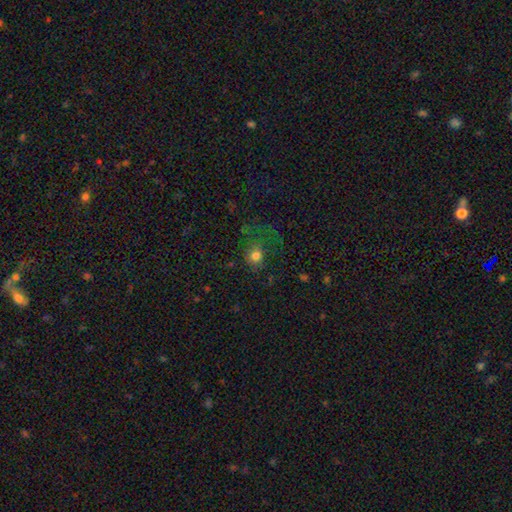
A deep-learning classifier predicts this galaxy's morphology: This is likely a smooth galaxy (76%). How rounded: likely round (73%). Merging: possibly none (54%).